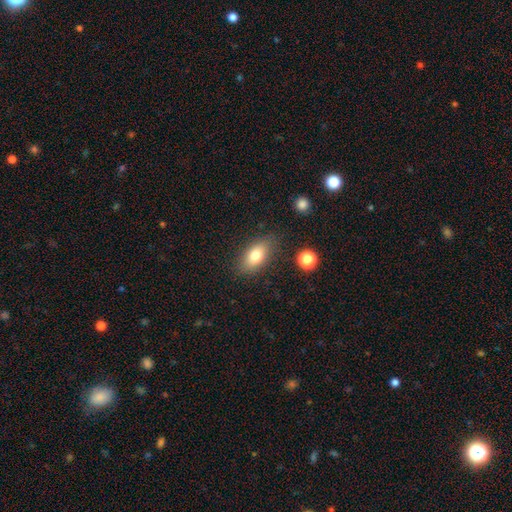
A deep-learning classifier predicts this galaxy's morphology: Overall: smooth (77%). How rounded: in between (85%). Merging: none (81%).